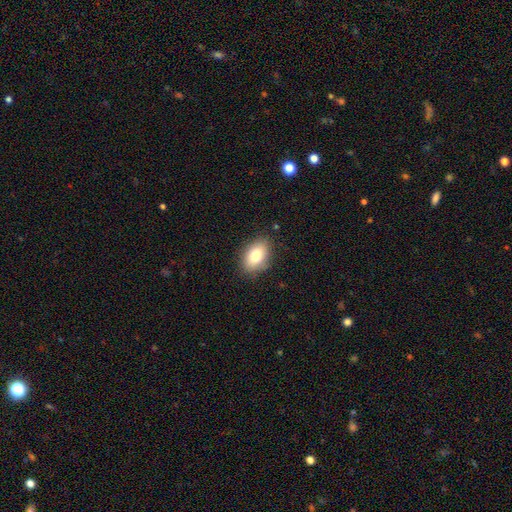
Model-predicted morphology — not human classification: This appears to be a smooth galaxy with no disk features (78%) that is in between round and cigar-shaped (86%). Merging: none (85%).